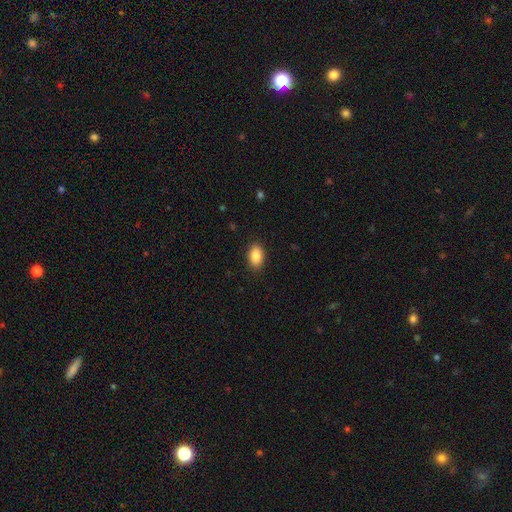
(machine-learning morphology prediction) A smooth galaxy with no disk features (89%) that is in between round and cigar-shaped (91%). Merging: none (88%).